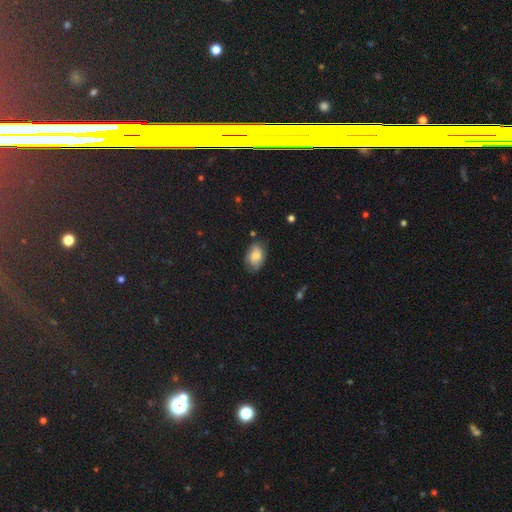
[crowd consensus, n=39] Volunteers were most divided on "merging": none: 56%, minor disturbance: 33%, major disturbance: 8%, merger: 3%. More confident: how rounded — in between (97%); smooth or featured — smooth (85%).